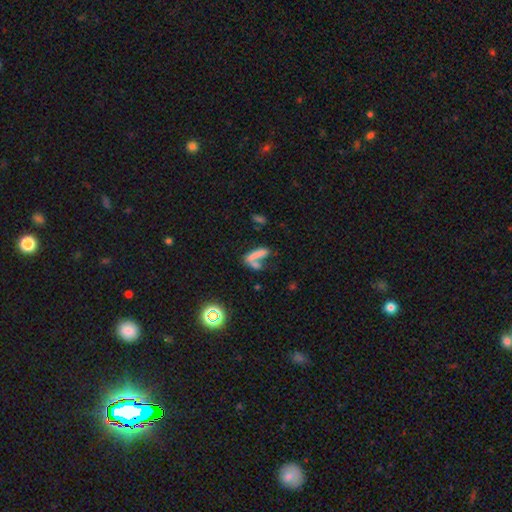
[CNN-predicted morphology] Overall: smooth (66%). How rounded: cigar-shaped (61%; in between 33%). Merging: merger (45%; none 33%).